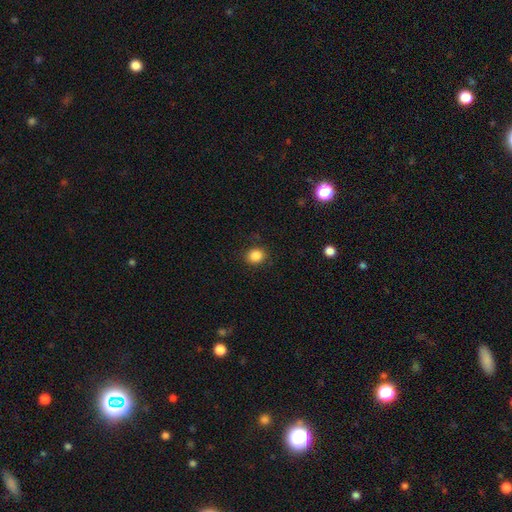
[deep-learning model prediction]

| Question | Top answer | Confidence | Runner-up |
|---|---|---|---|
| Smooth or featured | smooth | 85% | star or artifact (11%) |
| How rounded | round | 77% | in between (22%) |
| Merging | none | 88% | minor disturbance (8%) |